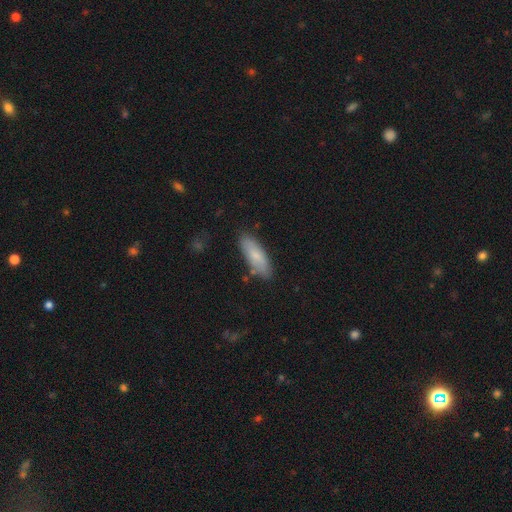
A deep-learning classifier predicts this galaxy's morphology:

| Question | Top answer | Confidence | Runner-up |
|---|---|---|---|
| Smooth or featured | smooth | 77% | featured or disk (17%) |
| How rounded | in between | 61% | cigar-shaped (37%) |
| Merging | none | 81% | minor disturbance (13%) |